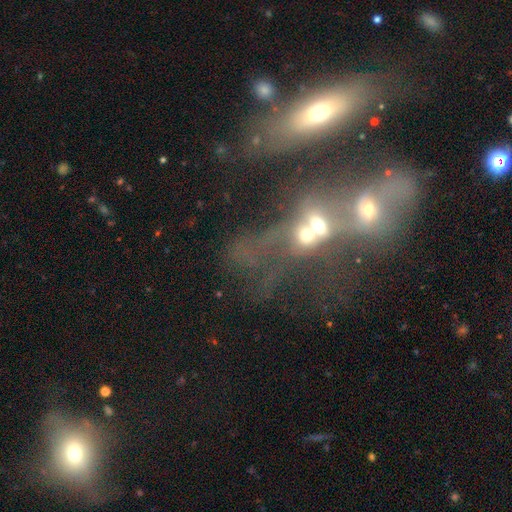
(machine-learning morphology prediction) smooth-or-featured: featured or disk: 43% | star or artifact: 29% | smooth: 28%
  merging: merger: 46% | none: 26% | major disturbance: 17% | minor disturbance: 11%